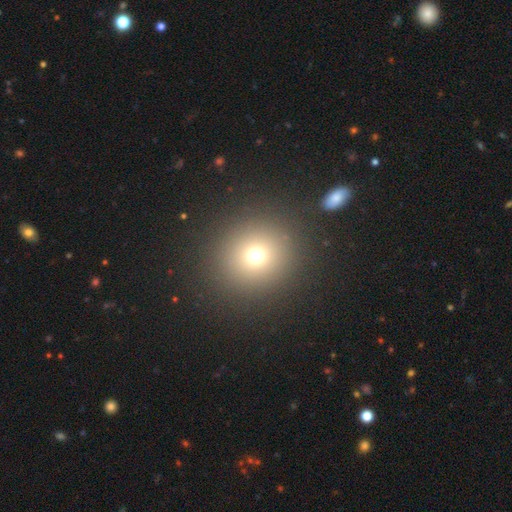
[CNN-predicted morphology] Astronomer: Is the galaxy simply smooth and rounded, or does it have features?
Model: smooth — 71%.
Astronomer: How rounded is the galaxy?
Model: round — 90%.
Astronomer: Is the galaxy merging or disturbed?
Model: none — 89%.